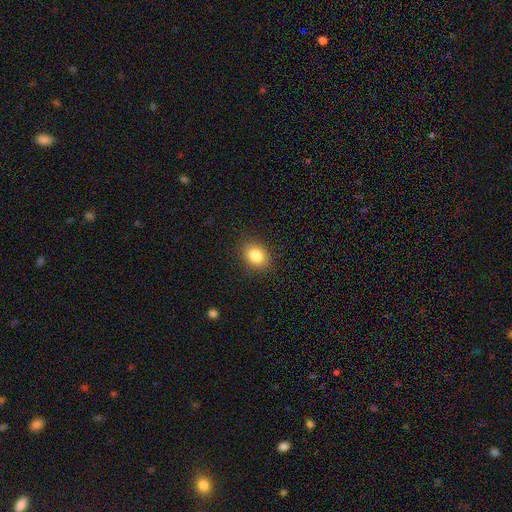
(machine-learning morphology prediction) Smooth or featured? Predicted: smooth (p=0.84). How rounded? Predicted: in between (p=0.65). Merging? Predicted: none (p=0.88).